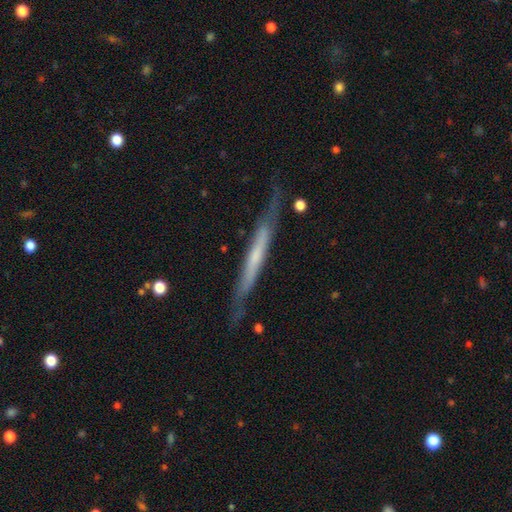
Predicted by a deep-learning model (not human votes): A featured or disk galaxy (62%) viewed edge-on (91%) with no central bulge (71%).

Vote fractions:
- Smooth or featured? featured or disk: 62% / smooth: 32% / star or artifact: 6%
- Edge-on disk? yes: 91% / no: 9%
- Edge-on bulge? none: 71% / rounded: 20% / boxy: 9%
- Merging? none: 72% / minor disturbance: 21% / major disturbance: 5% / merger: 2%